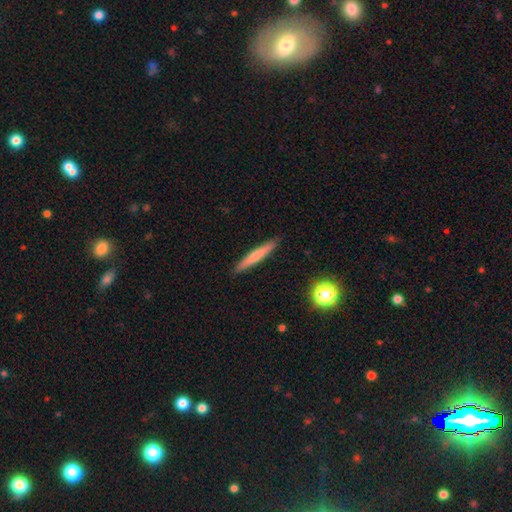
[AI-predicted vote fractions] Q: Smooth or featured?
A: smooth (65%); runner-up: featured or disk (29%)
Q: How rounded?
A: cigar-shaped (95%); runner-up: in between (4%)
Q: Merging?
A: none (91%); runner-up: minor disturbance (6%)